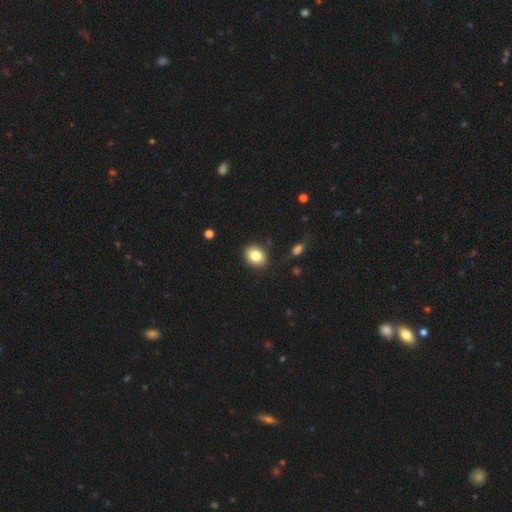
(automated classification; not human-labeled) This is clearly a smooth galaxy (82%). How rounded: possibly in between (53%). Merging: clearly none (86%).